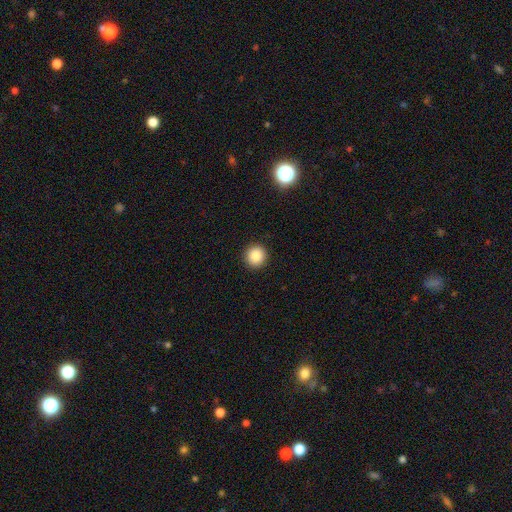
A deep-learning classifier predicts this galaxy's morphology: Smooth or featured?
  - smooth: 87% *
  - star or artifact: 9%
  - featured or disk: 4%
How rounded?
  - round: 94% *
  - in between: 5%
  - cigar-shaped: 1%
Merging?
  - none: 93% *
  - minor disturbance: 5%
  - major disturbance: 2%
  - merger: 1%